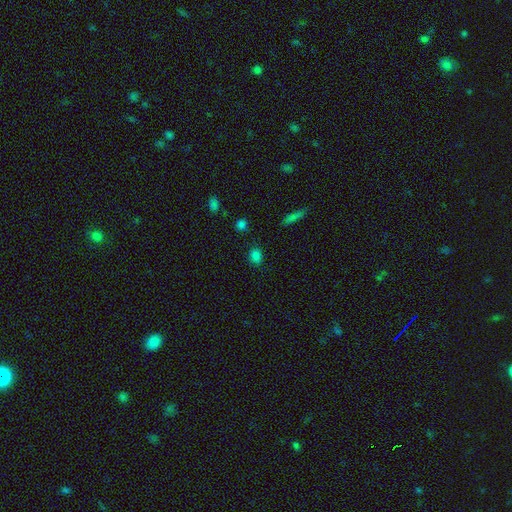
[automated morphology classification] smooth_or_featured: smooth (p=0.81) [alt: star or artifact p=0.15]
how_rounded: in between (p=0.50) [alt: round p=0.48]
merging: none (p=0.84) [alt: minor disturbance p=0.11]